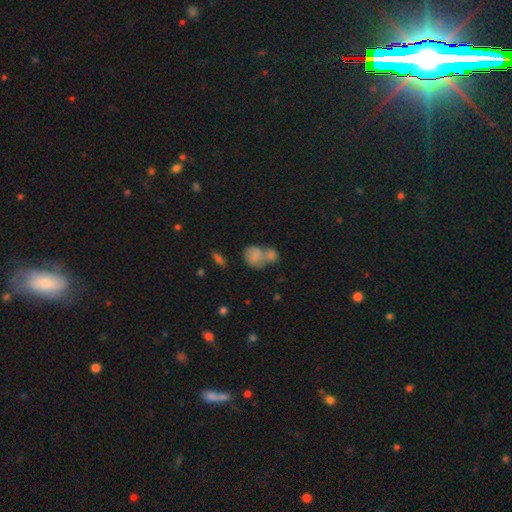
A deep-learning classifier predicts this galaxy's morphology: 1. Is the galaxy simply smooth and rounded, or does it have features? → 75% smooth, 16% featured or disk, 9% star or artifact.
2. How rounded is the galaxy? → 50% round, 49% in between, 2% cigar-shaped.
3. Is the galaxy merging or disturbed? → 60% merger, 24% none, 10% minor disturbance, 6% major disturbance.